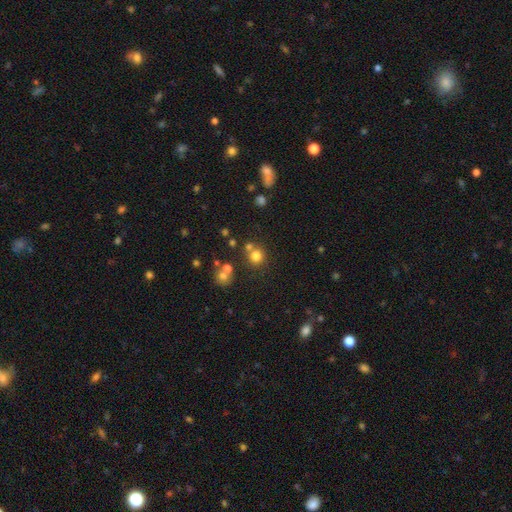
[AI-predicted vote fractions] smooth 75%, star or artifact 17%, featured or disk 8%. Down the decision tree: how rounded — round (90%); merging — none (68%).